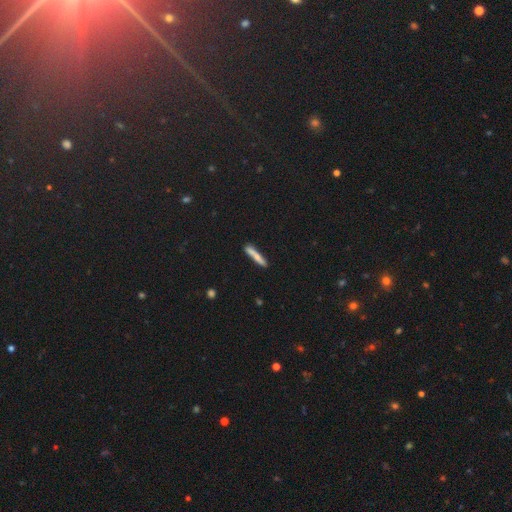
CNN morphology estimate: smooth_or_featured: smooth (p=0.67) [alt: featured or disk p=0.26]
how_rounded: cigar-shaped (p=0.92) [alt: in between p=0.06]
merging: none (p=0.75) [alt: minor disturbance p=0.14]